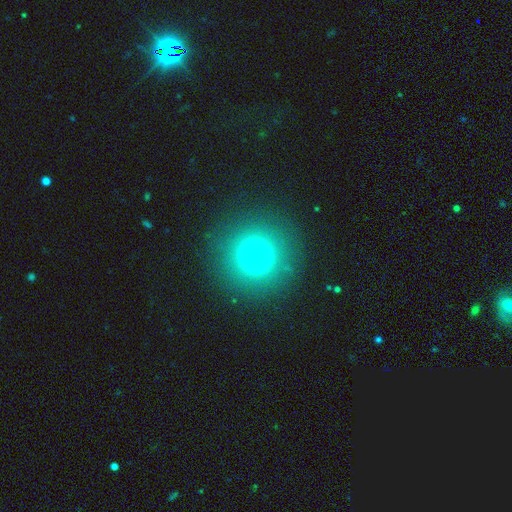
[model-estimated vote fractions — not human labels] smooth-or-featured: smooth: 69% | star or artifact: 16% | featured or disk: 15%
  how-rounded: round: 94% | in between: 5% | cigar-shaped: 1%
  merging: none: 85% | minor disturbance: 9% | major disturbance: 5% | merger: 1%